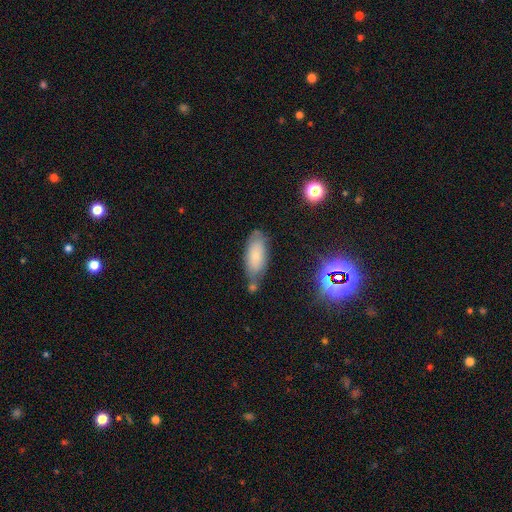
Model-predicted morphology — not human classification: type=smooth (75%); roundness=in between (82%); merging=none (63%).